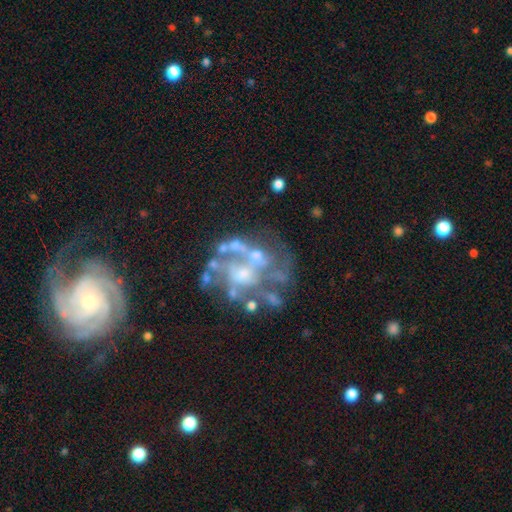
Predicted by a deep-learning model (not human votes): The model was most divided on "merging": none: 33%, major disturbance: 32%, merger: 22%, minor disturbance: 13%. Remaining: edge-on disk — no (98%); bar — no (81%); smooth or featured — featured or disk (69%); spiral arms — no (68%); bulge size — none (39%).